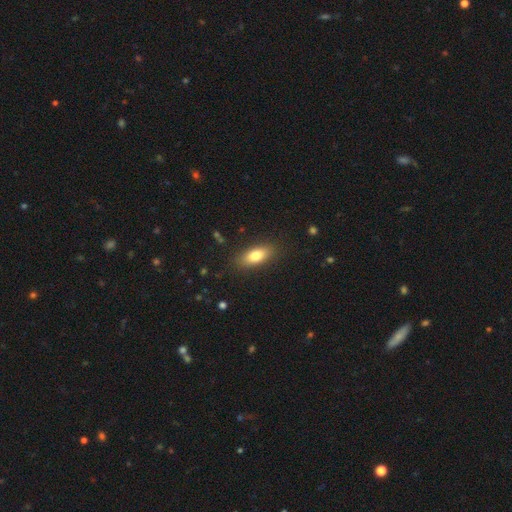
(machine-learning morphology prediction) The model was most divided on "smooth or featured": smooth: 80%, featured or disk: 13%, star or artifact: 7%. More confident: merging — none (86%); how rounded — in between (81%).